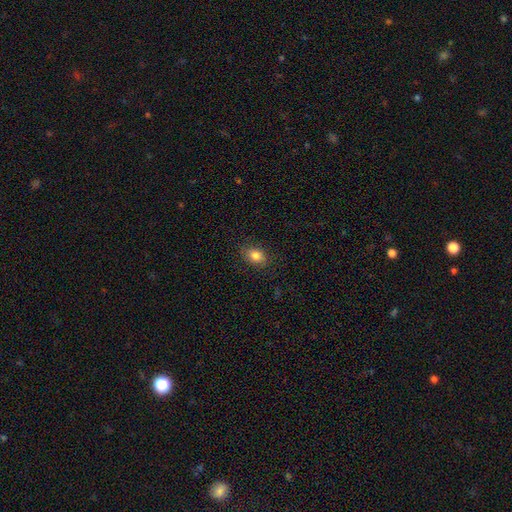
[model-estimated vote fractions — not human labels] Smooth or featured?
  - smooth: 82% *
  - star or artifact: 9%
  - featured or disk: 9%
How rounded?
  - in between: 71% *
  - round: 28%
  - cigar-shaped: 1%
Merging?
  - none: 85% *
  - minor disturbance: 11%
  - major disturbance: 3%
  - merger: 1%